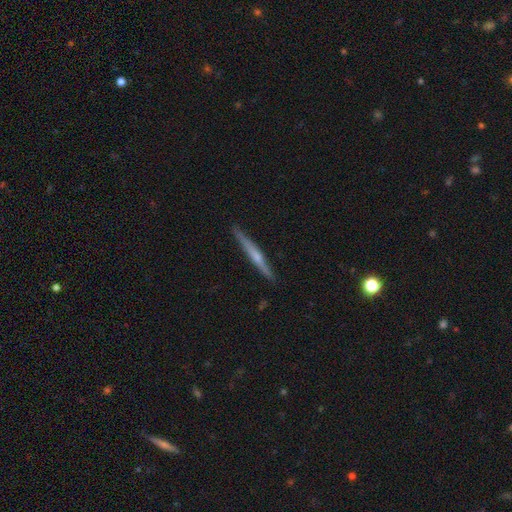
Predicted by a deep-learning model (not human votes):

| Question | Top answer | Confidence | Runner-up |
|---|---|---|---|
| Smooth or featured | featured or disk | 61% | smooth (34%) |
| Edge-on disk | yes | 97% | no (3%) |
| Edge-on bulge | rounded | 55% | none (37%) |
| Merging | none | 88% | minor disturbance (9%) |